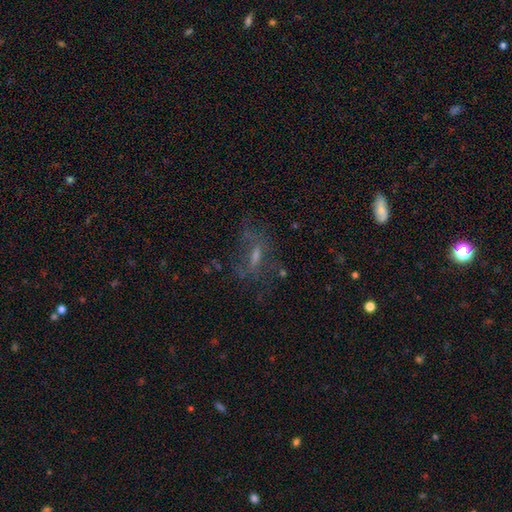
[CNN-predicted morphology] Smooth or featured?
  - featured or disk: 48% *
  - smooth: 32%
  - star or artifact: 20%
Merging?
  - none: 54% *
  - major disturbance: 25%
  - minor disturbance: 19%
  - merger: 3%